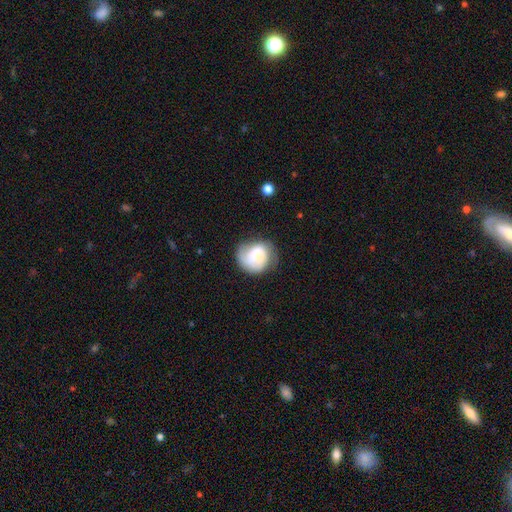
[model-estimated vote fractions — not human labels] This is possibly a smooth galaxy (51%). How rounded: likely round (72%). Merging: possibly none (51%).